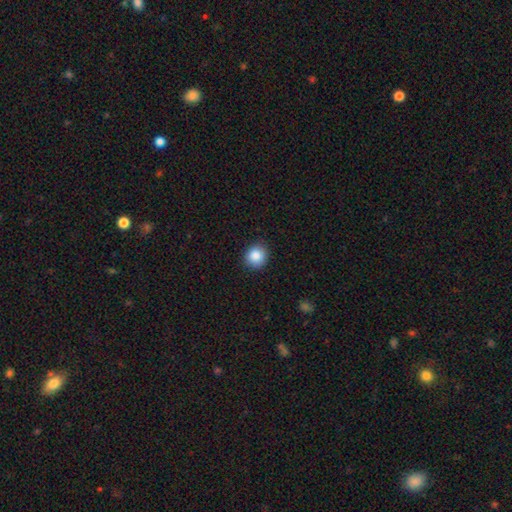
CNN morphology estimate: Smooth or featured?
  - smooth: 86% *
  - star or artifact: 9%
  - featured or disk: 4%
How rounded?
  - round: 85% *
  - in between: 15%
  - cigar-shaped: 1%
Merging?
  - none: 88% *
  - minor disturbance: 9%
  - major disturbance: 2%
  - merger: 1%